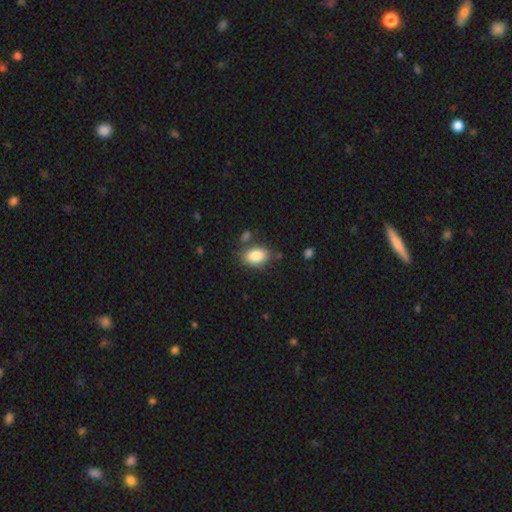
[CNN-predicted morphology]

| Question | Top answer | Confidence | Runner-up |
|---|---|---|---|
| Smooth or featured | smooth | 86% | star or artifact (7%) |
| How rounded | in between | 89% | round (10%) |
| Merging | none | 75% | minor disturbance (14%) |